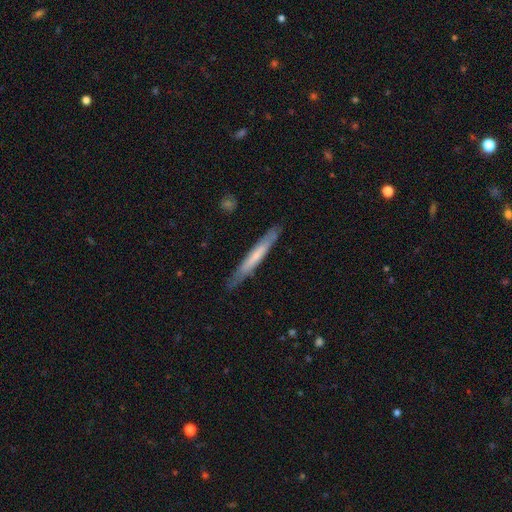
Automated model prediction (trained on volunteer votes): smooth-or-featured: smooth: 54% | featured or disk: 41% | star or artifact: 5%
  how-rounded: cigar-shaped: 96% | in between: 3% | round: 1%
  merging: none: 84% | minor disturbance: 12% | major disturbance: 2% | merger: 1%